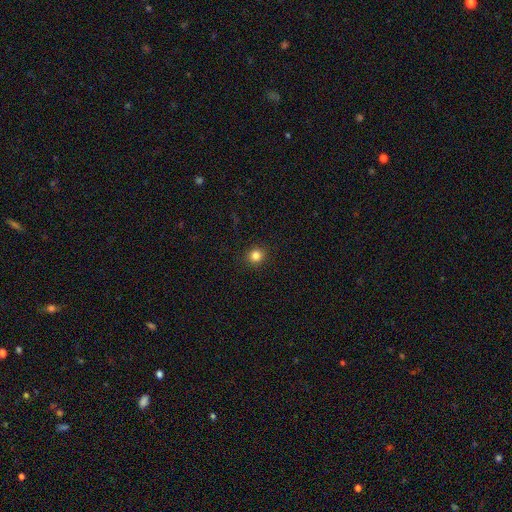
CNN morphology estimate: Smooth or featured?
  - smooth: 83% *
  - star or artifact: 12%
  - featured or disk: 4%
How rounded?
  - round: 91% *
  - in between: 8%
  - cigar-shaped: 1%
Merging?
  - none: 92% *
  - minor disturbance: 5%
  - major disturbance: 2%
  - merger: 1%